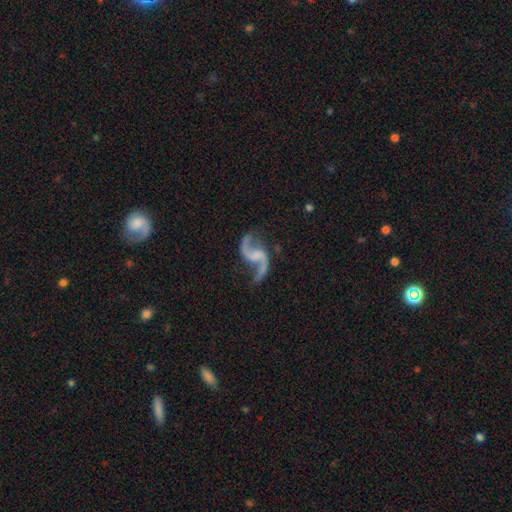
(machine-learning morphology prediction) smooth_or_featured: featured or disk (p=0.92) [alt: star or artifact p=0.05]
disk_edge_on: no (p=0.98) [alt: yes p=0.02]
bar: weak (p=0.42) [tied with: no p=0.42]
has_spiral_arms: yes (p=0.98) [alt: no p=0.02]
spiral_winding: loose (p=0.79) [alt: medium p=0.18]
spiral_arm_count: 2 (p=0.94) [alt: 1 p=0.02]
bulge_size: none (p=0.55) [alt: small p=0.27]
merging: none (p=0.73) [alt: minor disturbance p=0.15]